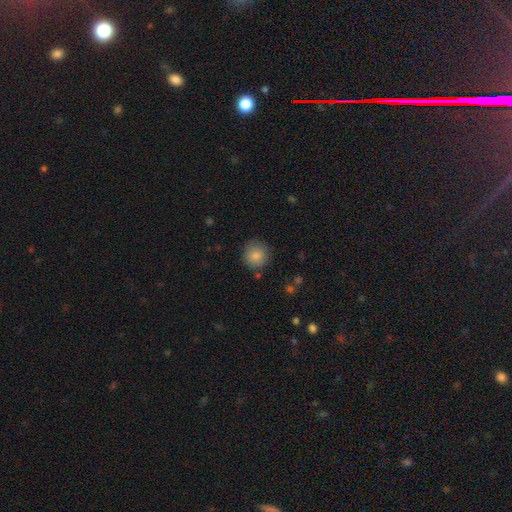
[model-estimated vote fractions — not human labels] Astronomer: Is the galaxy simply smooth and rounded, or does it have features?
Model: smooth — 85%.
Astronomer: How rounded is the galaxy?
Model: round — 90%.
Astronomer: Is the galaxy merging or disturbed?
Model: none — 85%.